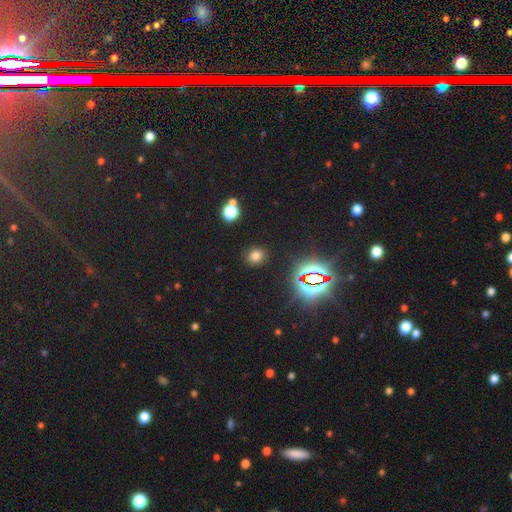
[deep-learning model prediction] Smooth or featured? smooth (70%)
How rounded? round (70%)
Merging? none (88%)